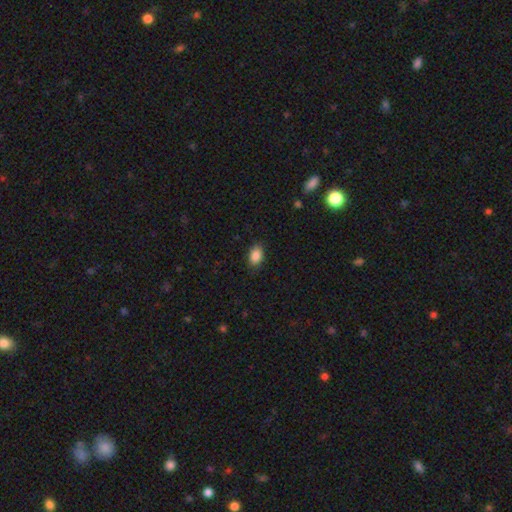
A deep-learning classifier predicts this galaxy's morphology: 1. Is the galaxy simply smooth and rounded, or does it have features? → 88% smooth, 8% star or artifact, 4% featured or disk.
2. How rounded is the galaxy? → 88% in between, 11% round, 1% cigar-shaped.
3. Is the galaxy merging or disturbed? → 88% none, 9% minor disturbance, 2% major disturbance, 1% merger.